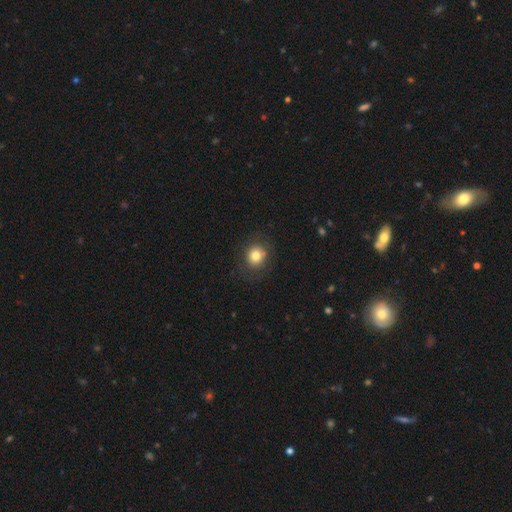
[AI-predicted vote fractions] This appears to be a smooth galaxy with no disk features (79%) that is round (81%). Merging: none (82%).